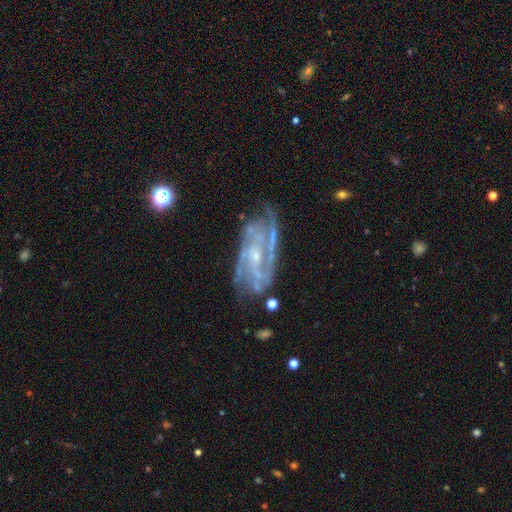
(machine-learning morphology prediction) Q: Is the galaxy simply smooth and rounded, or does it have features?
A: featured or disk — 88%.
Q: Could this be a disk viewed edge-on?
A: no — 95%.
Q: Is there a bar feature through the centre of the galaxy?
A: weak — 43%.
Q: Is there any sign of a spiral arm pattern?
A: yes — 96%.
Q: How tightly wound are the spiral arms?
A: tight — 46%.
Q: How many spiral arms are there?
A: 2 — 32%.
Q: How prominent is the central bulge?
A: small — 70%.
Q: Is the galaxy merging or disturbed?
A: none — 66%.